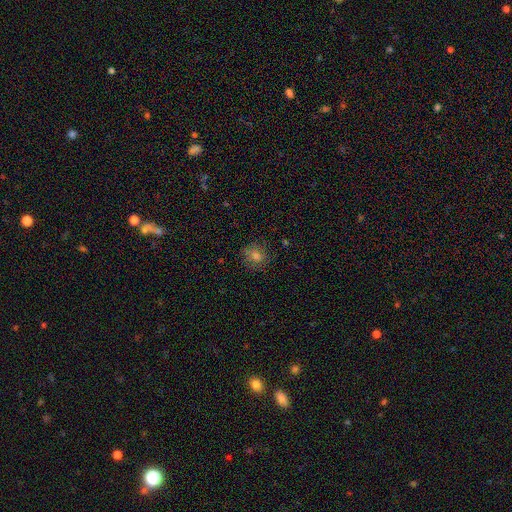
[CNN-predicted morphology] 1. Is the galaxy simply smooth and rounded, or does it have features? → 63% smooth, 23% star or artifact, 14% featured or disk.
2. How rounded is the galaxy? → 83% round, 16% in between, 1% cigar-shaped.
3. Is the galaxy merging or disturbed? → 82% none, 13% minor disturbance, 4% major disturbance, 1% merger.